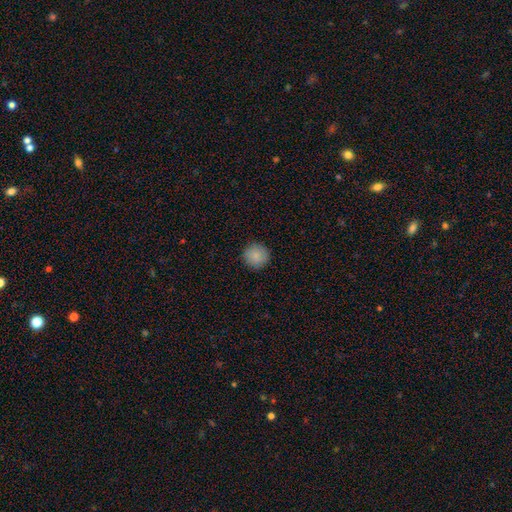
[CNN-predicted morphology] The model was most divided on "smooth or featured": smooth: 87%, star or artifact: 8%, featured or disk: 5%. More confident: how rounded — round (95%); merging — none (91%).